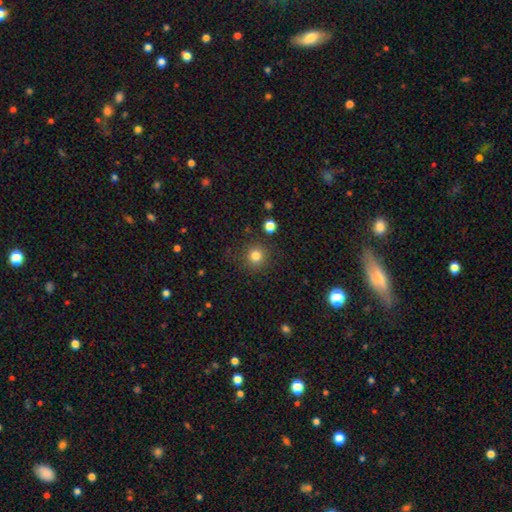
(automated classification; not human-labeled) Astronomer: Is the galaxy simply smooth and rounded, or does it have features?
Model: smooth — 82%.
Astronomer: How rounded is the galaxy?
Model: round — 92%.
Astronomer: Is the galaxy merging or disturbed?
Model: none — 86%.